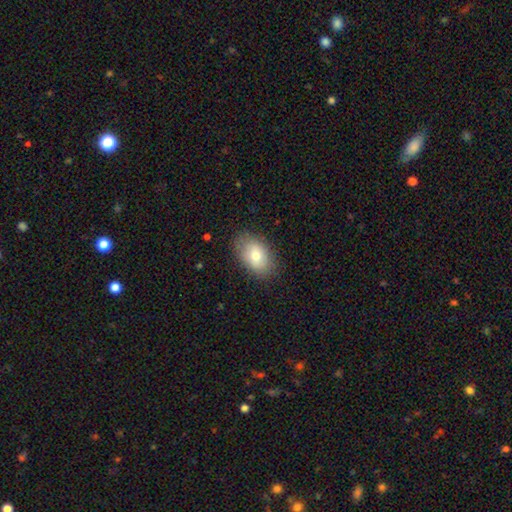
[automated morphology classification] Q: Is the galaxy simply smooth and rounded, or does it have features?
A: smooth — 76%.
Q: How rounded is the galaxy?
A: in between — 88%.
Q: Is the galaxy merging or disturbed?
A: none — 82%.